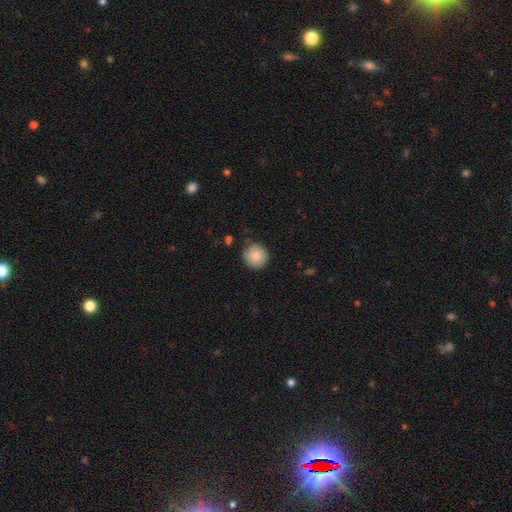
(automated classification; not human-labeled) This is clearly a smooth galaxy (84%). How rounded: clearly round (90%). Merging: likely none (75%).